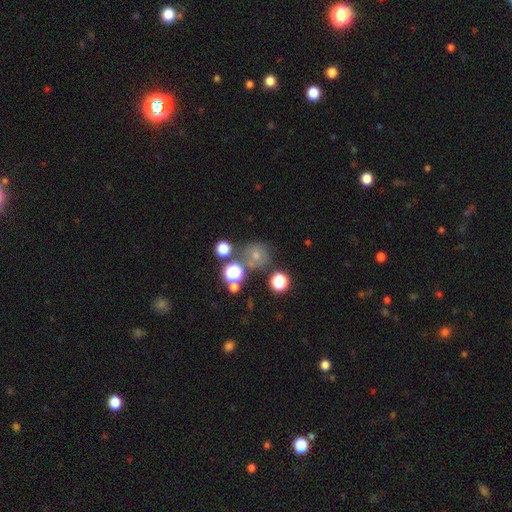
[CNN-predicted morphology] This appears to be a smooth galaxy with no disk features (60%) that is round (88%). Merging: none (65%).